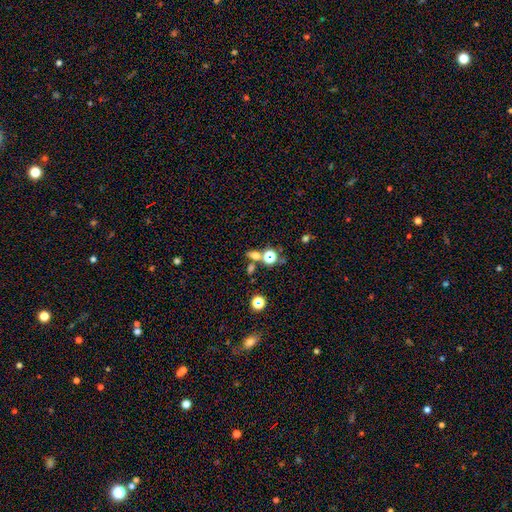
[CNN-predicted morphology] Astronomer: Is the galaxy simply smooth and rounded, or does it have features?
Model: smooth — 60%.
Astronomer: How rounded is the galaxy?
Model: in between — 50% (runner-up: round, 44%).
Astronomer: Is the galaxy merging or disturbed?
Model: none — 56%.